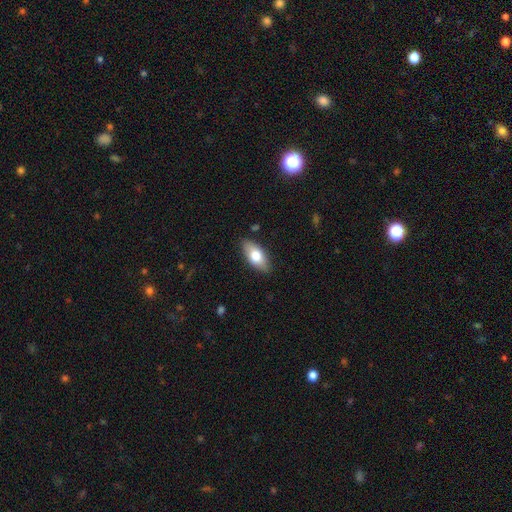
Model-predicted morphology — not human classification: Smooth or featured? Predicted: smooth (p=0.73). How rounded? Predicted: in between (p=0.88). Merging? Predicted: none (p=0.86).